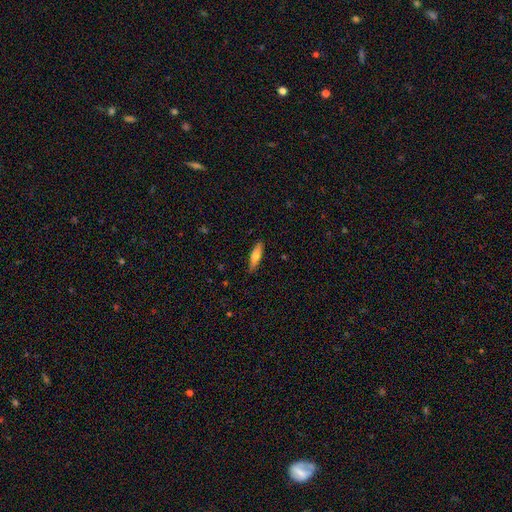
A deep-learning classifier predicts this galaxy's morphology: smooth 67%, featured or disk 27%, star or artifact 6%. Down the decision tree: how rounded — cigar-shaped (63%); merging — none (86%).